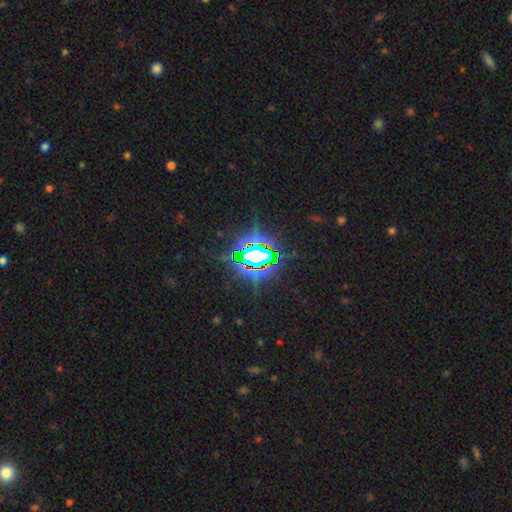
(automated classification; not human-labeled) Smooth or featured?
  - star or artifact: 80% *
  - featured or disk: 11%
  - smooth: 10%